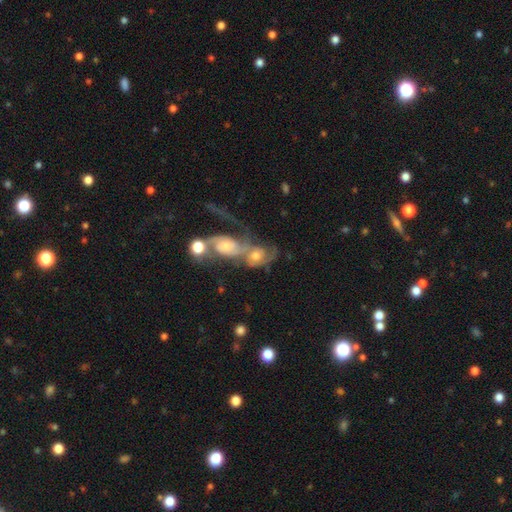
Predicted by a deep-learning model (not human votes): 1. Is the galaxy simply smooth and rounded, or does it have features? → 65% featured or disk, 26% smooth, 9% star or artifact.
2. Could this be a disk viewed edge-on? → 95% no, 5% yes.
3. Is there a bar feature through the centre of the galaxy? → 69% no, 25% weak, 6% strong.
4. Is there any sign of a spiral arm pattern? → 86% yes, 14% no.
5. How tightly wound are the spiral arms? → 42% medium, 33% loose, 25% tight.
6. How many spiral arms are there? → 67% 2, 15% can't tell, 11% 1, 4% 3, 2% 4, 2% more than 4.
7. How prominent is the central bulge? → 57% moderate, 23% small, 14% large, 4% none, 2% dominant.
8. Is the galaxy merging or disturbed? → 73% merger, 12% none, 9% major disturbance, 6% minor disturbance.